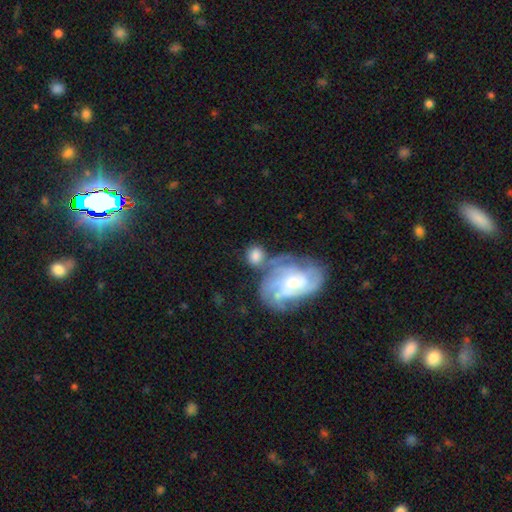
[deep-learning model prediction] smooth_or_featured: smooth (p=0.60) [alt: featured or disk p=0.32]
how_rounded: round (p=0.63) [alt: in between p=0.35]
merging: none (p=0.47) [alt: merger p=0.28]